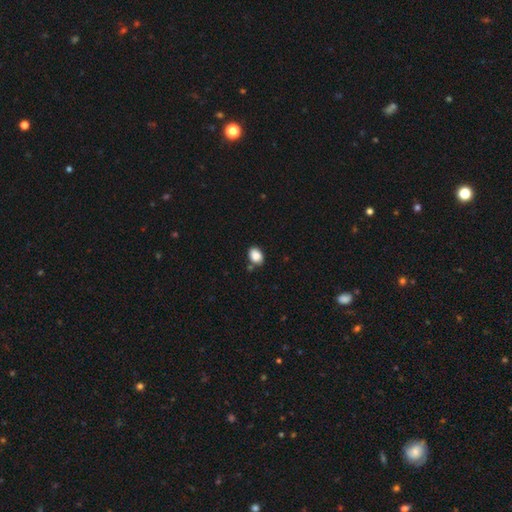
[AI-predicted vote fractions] This appears to be a smooth galaxy with no disk features (88%) that is in between round and cigar-shaped (74%). Merging: none (73%).